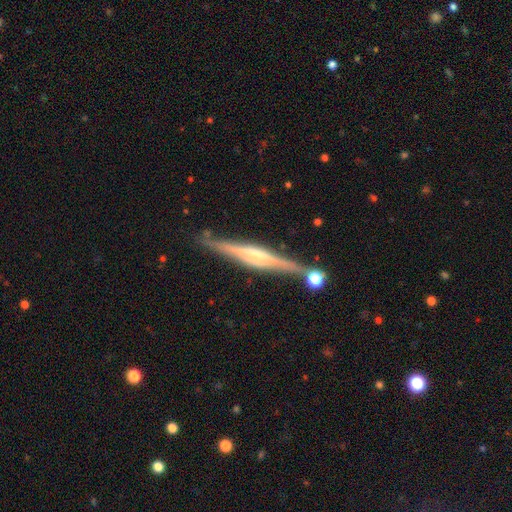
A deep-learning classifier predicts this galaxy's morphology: Smooth or featured: featured or disk — 80% (smooth — 14%)
Edge-on disk: yes — 97% (no — 3%)
Edge-on bulge: rounded — 65% (boxy — 23%)
Merging: none — 81% (minor disturbance — 11%)